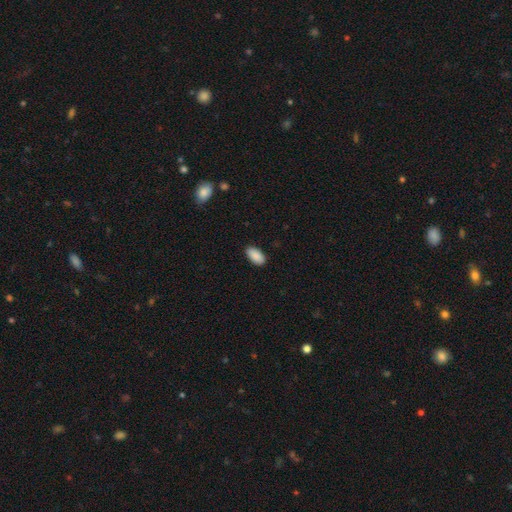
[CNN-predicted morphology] A smooth galaxy with no disk features (90%) that is in between round and cigar-shaped (95%). Merging: none (86%).